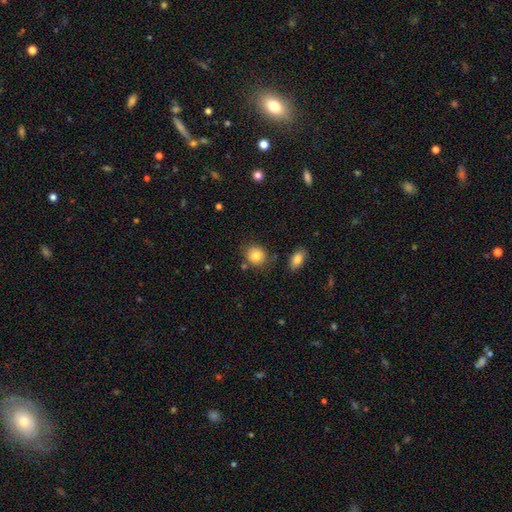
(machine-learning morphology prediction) Smooth or featured: smooth — 81% (featured or disk — 9%)
How rounded: round — 78% (in between — 21%)
Merging: none — 76% (minor disturbance — 13%)